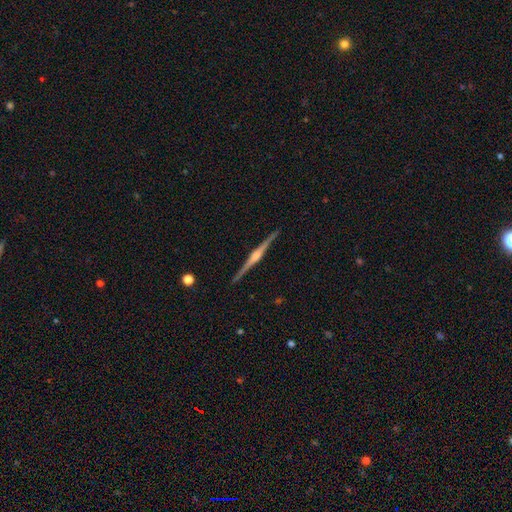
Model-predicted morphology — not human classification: Smooth or featured: featured or disk — 86% (smooth — 8%)
Edge-on disk: yes — 99% (no — 1%)
Edge-on bulge: rounded — 82% (boxy — 13%)
Merging: none — 92% (minor disturbance — 6%)